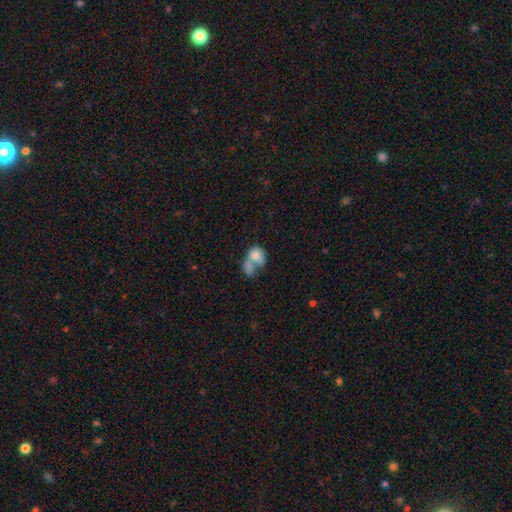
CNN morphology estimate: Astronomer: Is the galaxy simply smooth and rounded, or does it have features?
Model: smooth — 74%.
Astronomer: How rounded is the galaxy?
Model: in between — 59% (runner-up: round, 40%).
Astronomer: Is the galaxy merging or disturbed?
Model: merger — 70%.